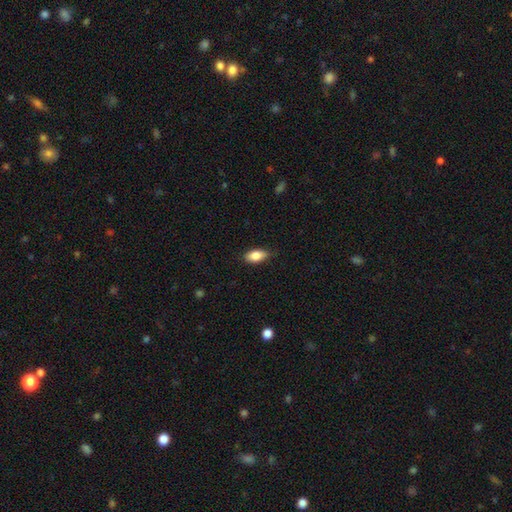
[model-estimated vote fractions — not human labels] Smooth or featured?
  - smooth: 82% *
  - featured or disk: 10%
  - star or artifact: 7%
How rounded?
  - in between: 90% *
  - cigar-shaped: 6%
  - round: 4%
Merging?
  - none: 82% *
  - minor disturbance: 14%
  - major disturbance: 2%
  - merger: 1%